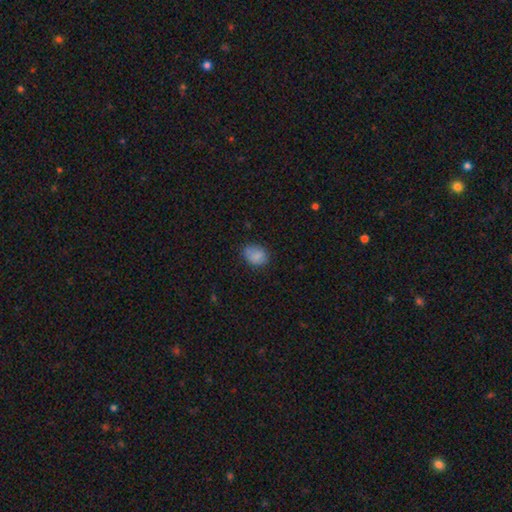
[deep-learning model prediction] Overall: smooth (82%). How rounded: in between (57%; round 42%). Merging: none (66%).